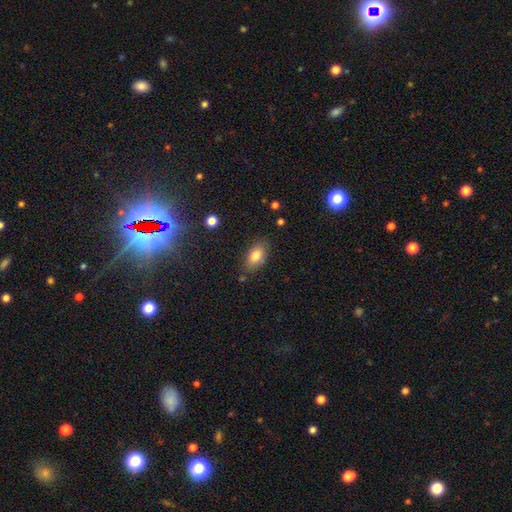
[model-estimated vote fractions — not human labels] smooth-or-featured: smooth: 81% | featured or disk: 10% | star or artifact: 8%
  how-rounded: in between: 88% | round: 9% | cigar-shaped: 3%
  merging: none: 79% | minor disturbance: 14% | major disturbance: 3% | merger: 3%